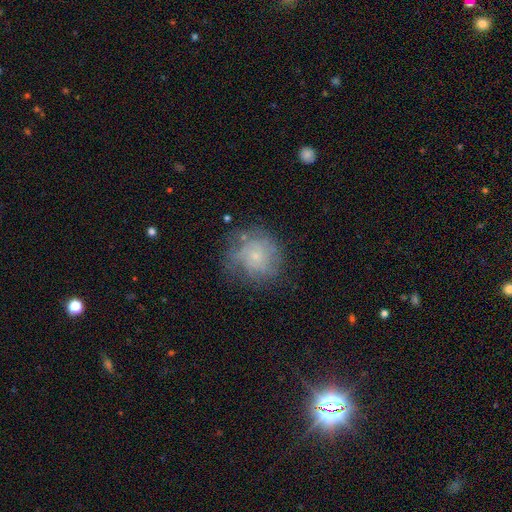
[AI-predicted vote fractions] Morphology: type=featured or disk (45%); merging=none (60%).